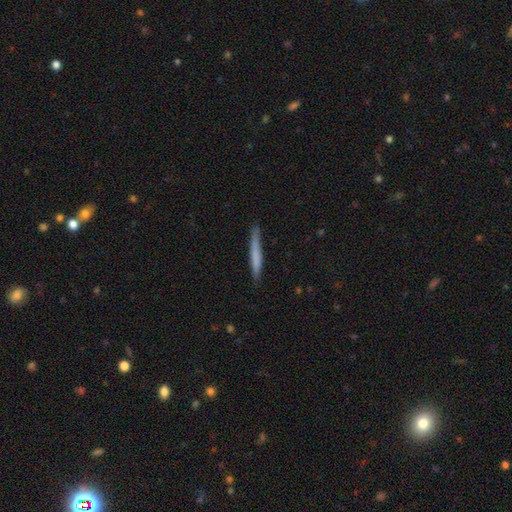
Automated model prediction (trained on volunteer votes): Morphology: type=smooth (64%); roundness=cigar-shaped (96%); merging=none (84%).